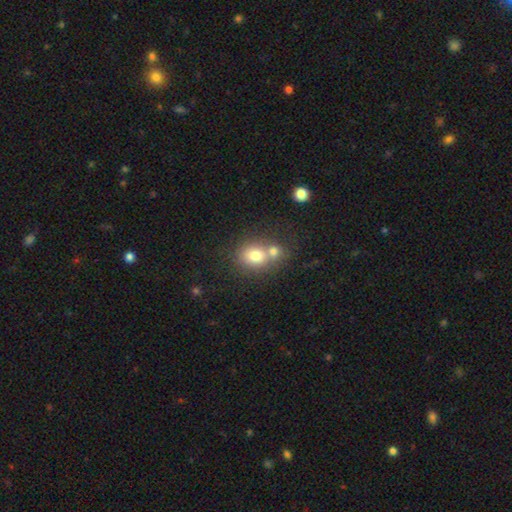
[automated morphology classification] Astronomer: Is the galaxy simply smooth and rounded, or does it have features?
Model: smooth — 76%.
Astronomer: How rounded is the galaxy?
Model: round — 62% (runner-up: in between, 37%).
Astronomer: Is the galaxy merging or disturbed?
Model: merger — 51% (runner-up: none, 37%).